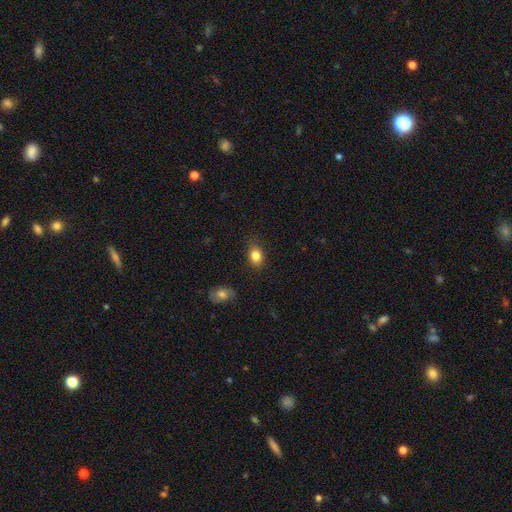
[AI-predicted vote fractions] smooth-or-featured: smooth: 84% | star or artifact: 9% | featured or disk: 7%
  how-rounded: in between: 74% | round: 25% | cigar-shaped: 2%
  merging: none: 81% | minor disturbance: 14% | major disturbance: 3% | merger: 2%